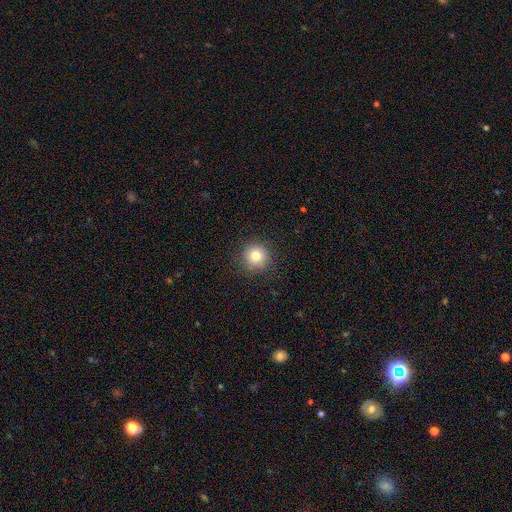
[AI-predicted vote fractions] Q: Smooth or featured?
A: smooth (80%); runner-up: star or artifact (12%)
Q: How rounded?
A: round (94%); runner-up: in between (5%)
Q: Merging?
A: none (89%); runner-up: minor disturbance (8%)